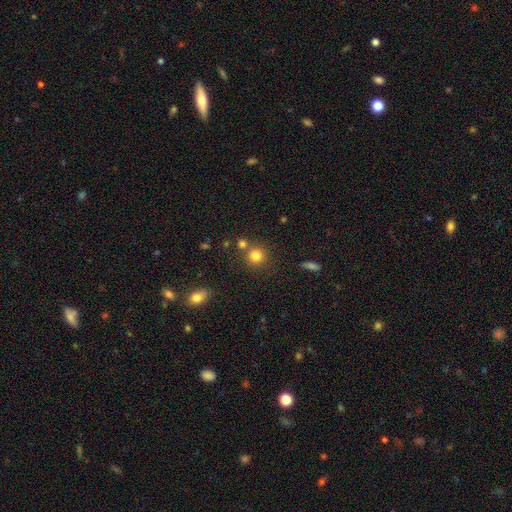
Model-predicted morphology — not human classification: This is clearly a smooth galaxy (81%). How rounded: clearly round (91%). Merging: likely none (73%).